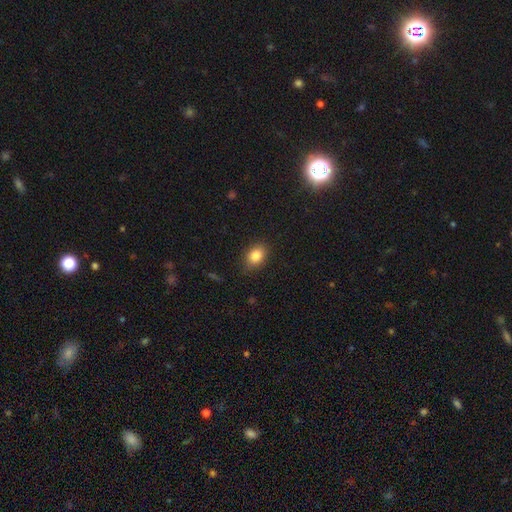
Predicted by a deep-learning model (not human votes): smooth 84%, star or artifact 10%, featured or disk 7%. Down the decision tree: how rounded — in between (67%); merging — none (85%).